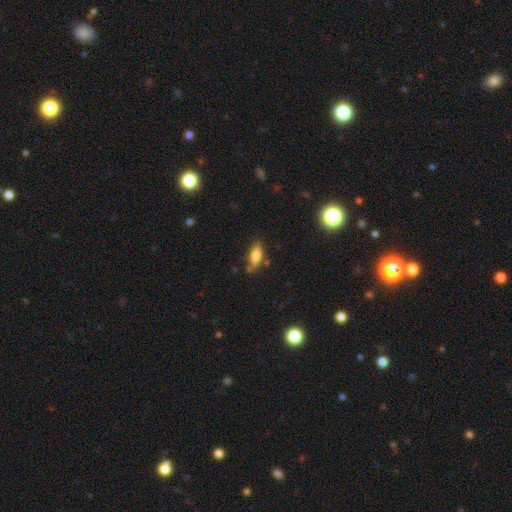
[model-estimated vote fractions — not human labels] Morphology: type=smooth (77%); roundness=in between (78%); merging=none (69%).